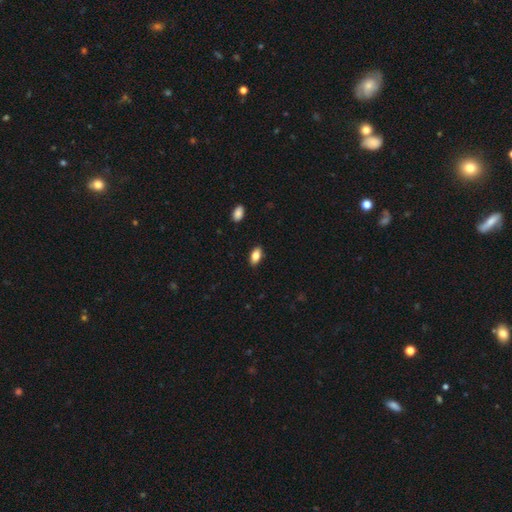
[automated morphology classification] The model was most divided on "smooth or featured": smooth: 81%, featured or disk: 12%, star or artifact: 7%. More confident: how rounded — in between (91%); merging — none (89%).